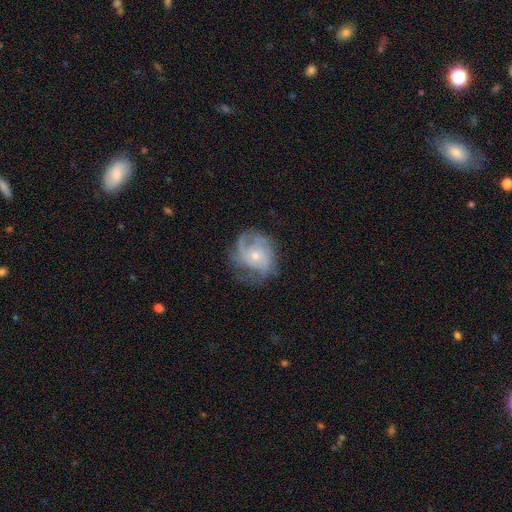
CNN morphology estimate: Smooth or featured?
  - featured or disk: 77% *
  - smooth: 16%
  - star or artifact: 7%
Edge-on disk?
  - no: 98% *
  - yes: 2%
Bar?
  - no: 79% *
  - weak: 19%
  - strong: 3%
Spiral arms?
  - yes: 90% *
  - no: 10%
Spiral winding?
  - tight: 41% * (tied)
  - medium: 41% * (tied)
  - loose: 17%
Spiral arm count?
  - 3: 30% *
  - can't tell: 27%
  - 2: 23%
  - 4: 9%
  - 1: 6%
  - more than 4: 5%
Bulge size?
  - small: 60% *
  - moderate: 36%
  - large: 2%
  - none: 2%
  - dominant: 1%
Merging?
  - none: 58% *
  - minor disturbance: 24%
  - major disturbance: 17%
  - merger: 1%